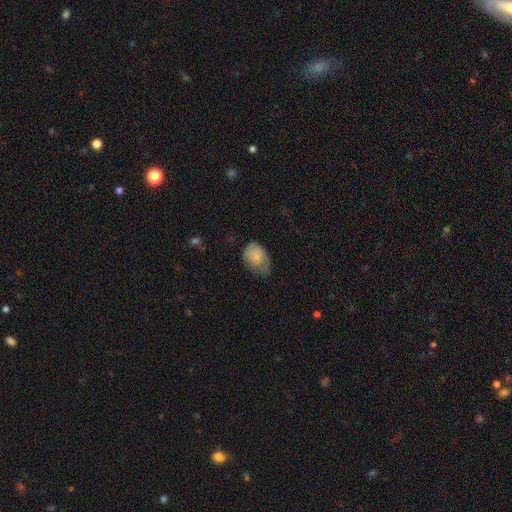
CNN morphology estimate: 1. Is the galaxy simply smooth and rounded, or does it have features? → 72% smooth, 20% featured or disk, 7% star or artifact.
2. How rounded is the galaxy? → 80% in between, 19% round, 1% cigar-shaped.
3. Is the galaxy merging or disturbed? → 44% none, 38% minor disturbance, 17% major disturbance, 1% merger.